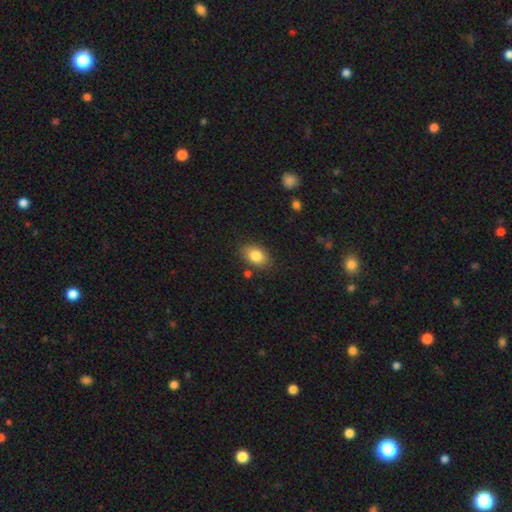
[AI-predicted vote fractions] A smooth galaxy with no disk features (83%) that is in between round and cigar-shaped (80%). Merging: none (82%).